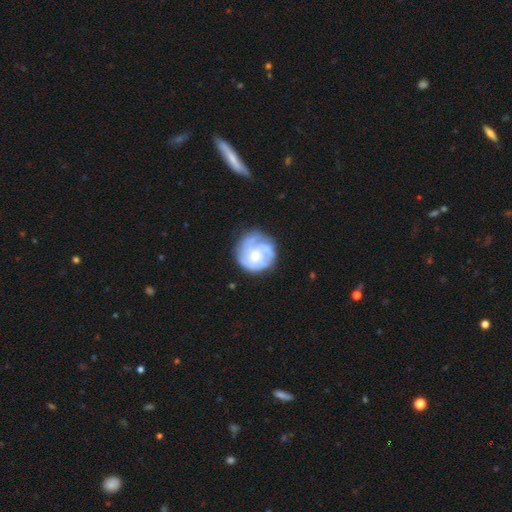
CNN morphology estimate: The model was most divided on "bulge size": moderate: 54%, small: 36%, large: 5%, none: 4%, dominant: 1%. Remaining: edge-on disk — no (98%); bar — no (77%); spiral arms — yes (76%); smooth or featured — featured or disk (69%); merging — none (65%); spiral winding — tight (55%); spiral arm count — can't tell (43%).